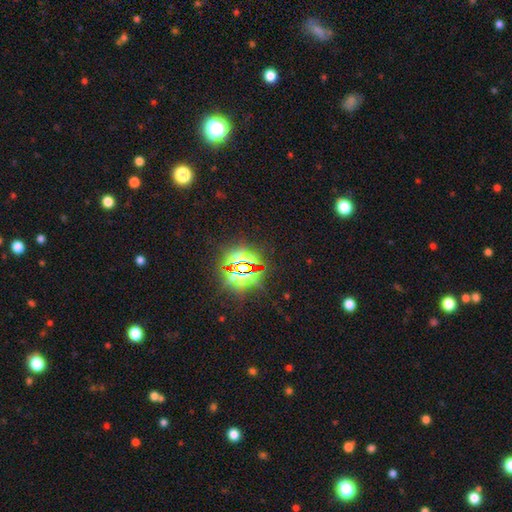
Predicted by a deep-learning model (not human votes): A star or artifact, not a galaxy (81%).